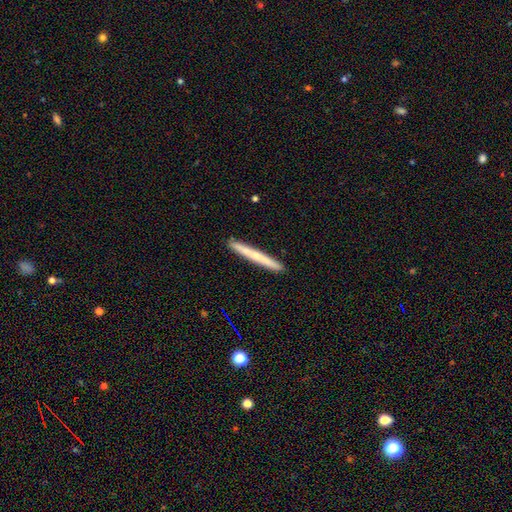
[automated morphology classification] Smooth or featured? Predicted: smooth (p=0.49). Merging? Predicted: none (p=0.92).